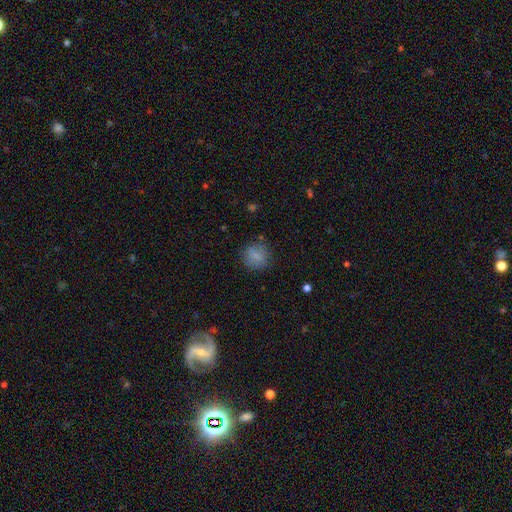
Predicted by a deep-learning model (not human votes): smooth_or_featured: smooth (p=0.80) [alt: star or artifact p=0.10]
how_rounded: round (p=0.80) [alt: in between p=0.19]
merging: none (p=0.79) [alt: minor disturbance p=0.14]